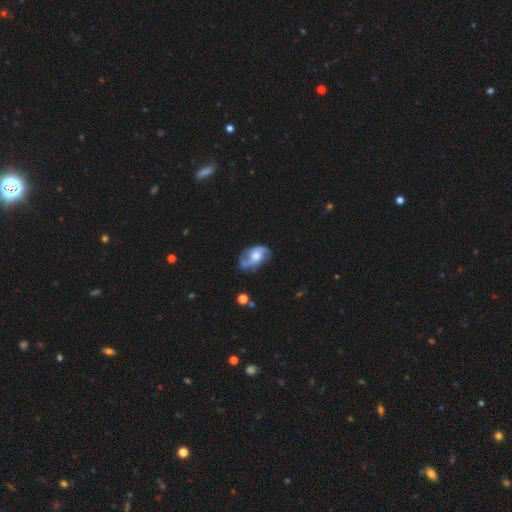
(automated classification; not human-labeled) smooth_or_featured: featured or disk (p=0.76) [alt: smooth p=0.18]
disk_edge_on: no (p=0.96) [alt: yes p=0.04]
bar: no (p=0.63) [alt: weak p=0.31]
has_spiral_arms: yes (p=0.91) [alt: no p=0.09]
spiral_winding: medium (p=0.44) [alt: loose p=0.40]
spiral_arm_count: 2 (p=0.83) [alt: can't tell p=0.07]
bulge_size: moderate (p=0.45) [alt: large p=0.30]
merging: none (p=0.61) [alt: minor disturbance p=0.23]